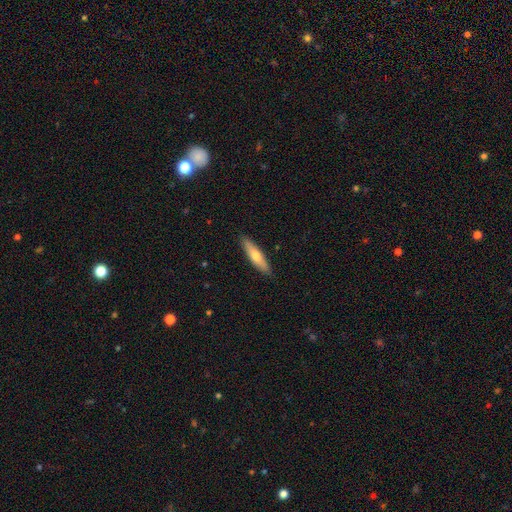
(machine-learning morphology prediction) Q: Smooth or featured?
A: smooth (60%); runner-up: featured or disk (34%)
Q: How rounded?
A: cigar-shaped (79%); runner-up: in between (19%)
Q: Merging?
A: none (90%); runner-up: minor disturbance (8%)